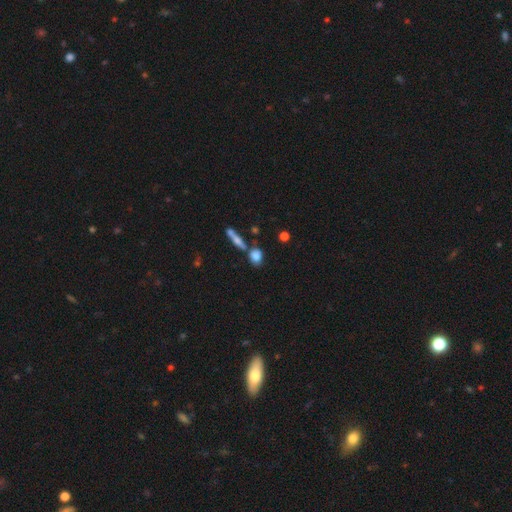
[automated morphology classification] Smooth or featured? smooth (78%)
How rounded? round (47%)
Merging? none (60%)